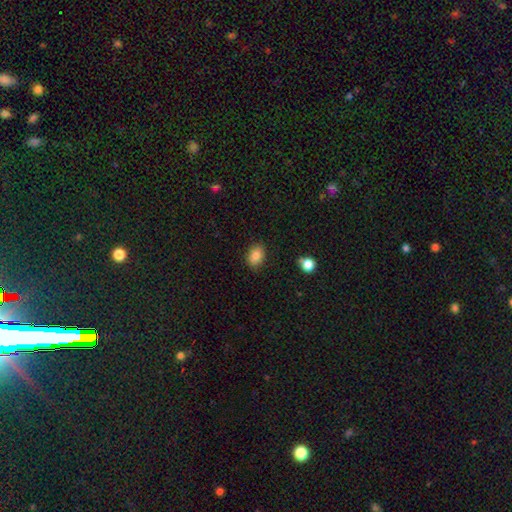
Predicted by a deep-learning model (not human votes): A smooth galaxy with no disk features (85%) that is in between round and cigar-shaped (73%).

Vote fractions:
- Smooth or featured? smooth: 85% / star or artifact: 9% / featured or disk: 6%
- How rounded? in between: 73% / round: 26% / cigar-shaped: 1%
- Merging? none: 83% / minor disturbance: 12% / major disturbance: 3% / merger: 2%